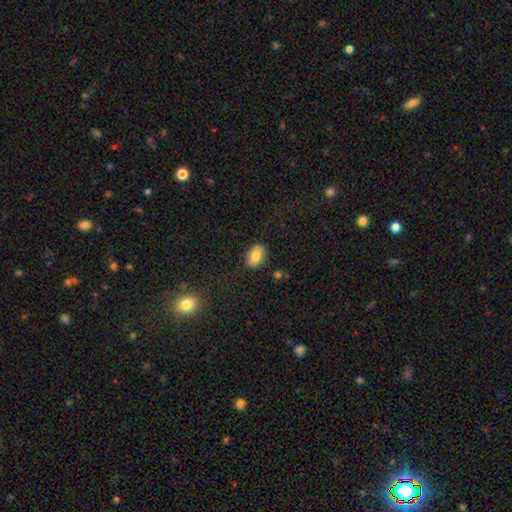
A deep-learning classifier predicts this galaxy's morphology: A smooth galaxy with no disk features (80%) that is in between round and cigar-shaped (80%).

Vote fractions:
- Smooth or featured? smooth: 80% / featured or disk: 11% / star or artifact: 8%
- How rounded? in between: 80% / round: 18% / cigar-shaped: 2%
- Merging? none: 85% / minor disturbance: 10% / major disturbance: 3% / merger: 2%